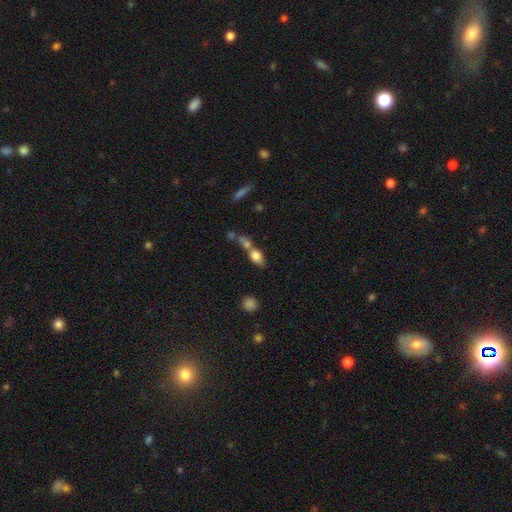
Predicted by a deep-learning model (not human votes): Smooth or featured? smooth (71%)
How rounded? in between (65%)
Merging? merger (54%)